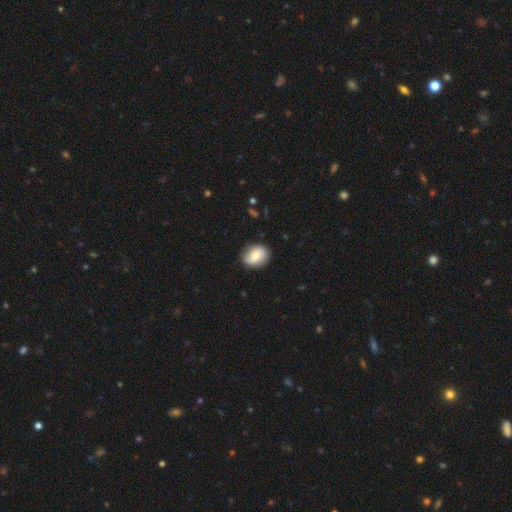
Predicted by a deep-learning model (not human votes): Q: Smooth or featured?
A: smooth (67%); runner-up: featured or disk (25%)
Q: How rounded?
A: round (51%); runner-up: in between (48%)
Q: Merging?
A: none (83%); runner-up: minor disturbance (13%)